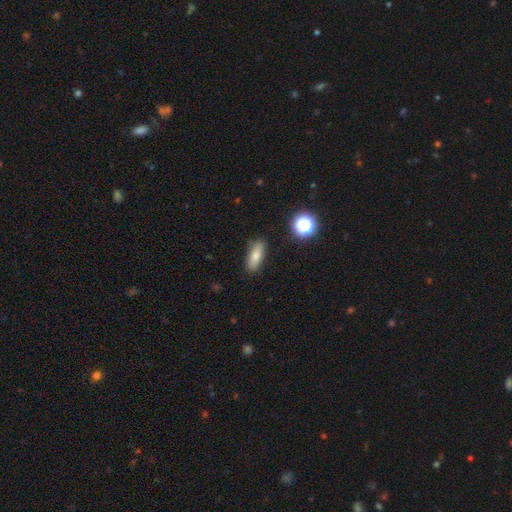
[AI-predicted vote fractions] Smooth or featured: smooth — 78% (featured or disk — 12%)
How rounded: in between — 65% (cigar-shaped — 30%)
Merging: none — 87% (minor disturbance — 9%)